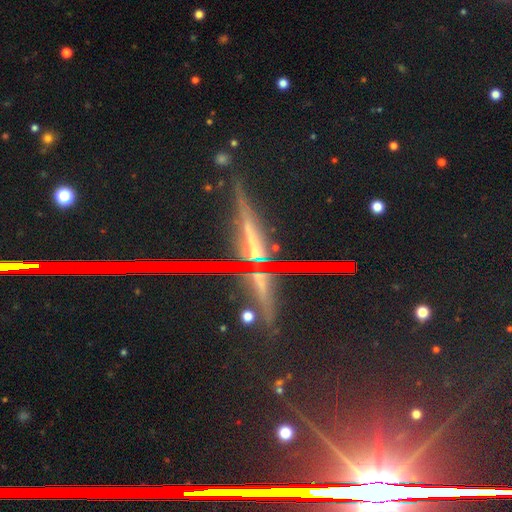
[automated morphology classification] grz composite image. It shows a star or artifact, not a galaxy (47%).